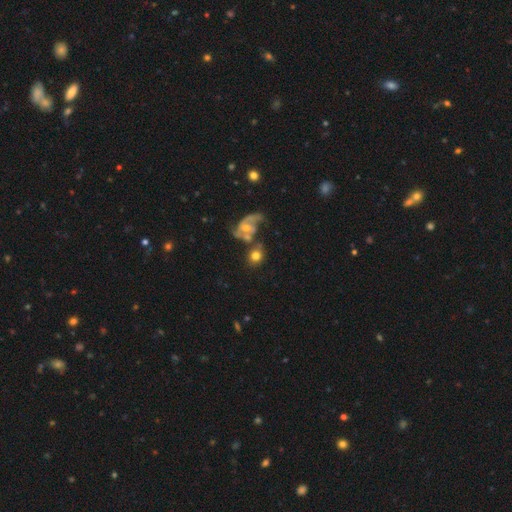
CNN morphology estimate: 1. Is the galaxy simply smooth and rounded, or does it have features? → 66% smooth, 25% featured or disk, 8% star or artifact.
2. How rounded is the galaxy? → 74% round, 25% in between, 2% cigar-shaped.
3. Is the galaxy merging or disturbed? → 52% none, 26% merger, 14% minor disturbance, 8% major disturbance.